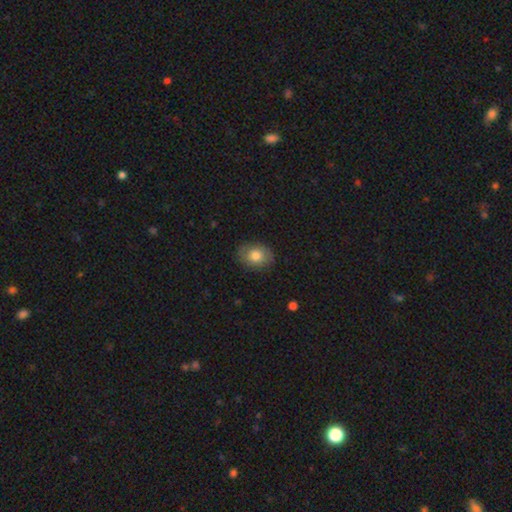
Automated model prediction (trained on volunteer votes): Smooth or featured? Predicted: smooth (p=0.80). How rounded? Predicted: in between (p=0.65). Merging? Predicted: none (p=0.84).